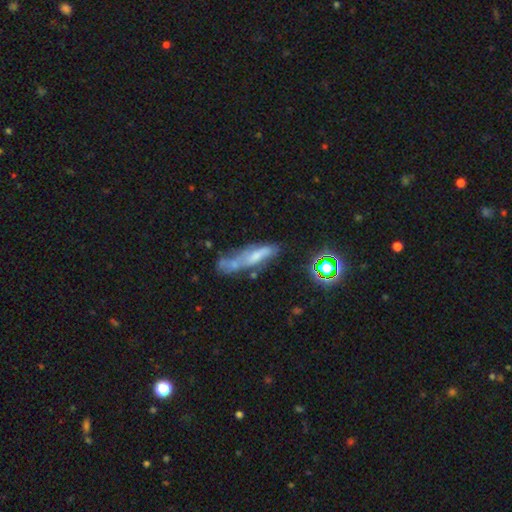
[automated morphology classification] This appears to be a smooth galaxy with no disk features (42%). Merging: none (40%).